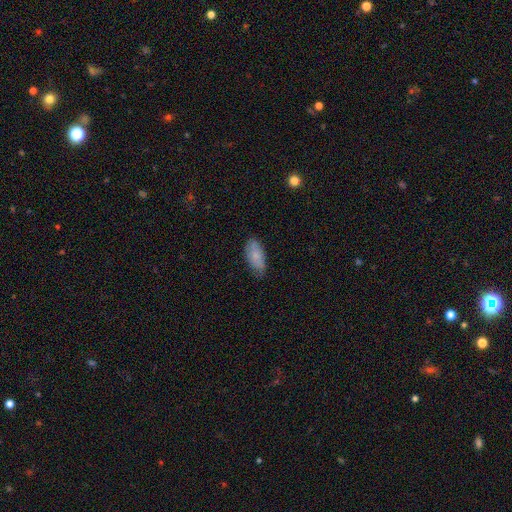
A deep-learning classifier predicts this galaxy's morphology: Overall: smooth (81%). How rounded: in between (88%). Merging: none (73%).